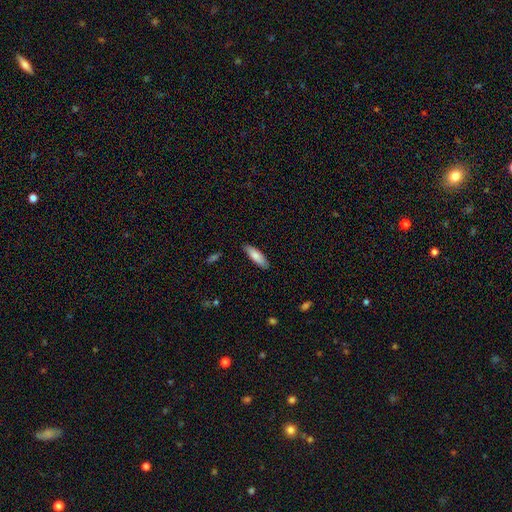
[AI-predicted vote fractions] Smooth or featured?
  - smooth: 81% *
  - featured or disk: 13%
  - star or artifact: 6%
How rounded?
  - in between: 51% *
  - cigar-shaped: 47%
  - round: 2%
Merging?
  - none: 86% *
  - minor disturbance: 11%
  - major disturbance: 2%
  - merger: 1%